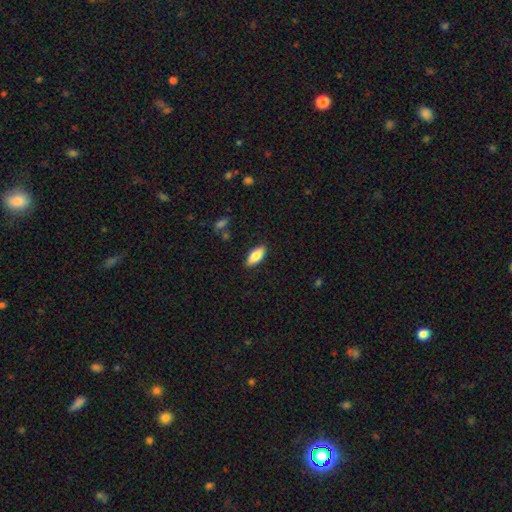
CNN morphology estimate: Smooth or featured? Predicted: smooth (p=0.81). How rounded? Predicted: in between (p=0.80). Merging? Predicted: none (p=0.87).